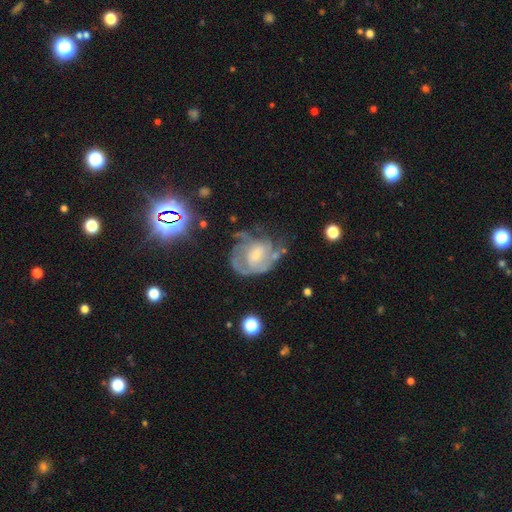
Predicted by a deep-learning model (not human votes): featured or disk 76%, smooth 14%, star or artifact 10%. Down the decision tree: edge-on disk — no (97%); bar — no (49%); spiral arms — yes (86%); spiral arm count — can't tell (38%); spiral winding — tight (50%); bulge size — small (48%); merging — none (50%).